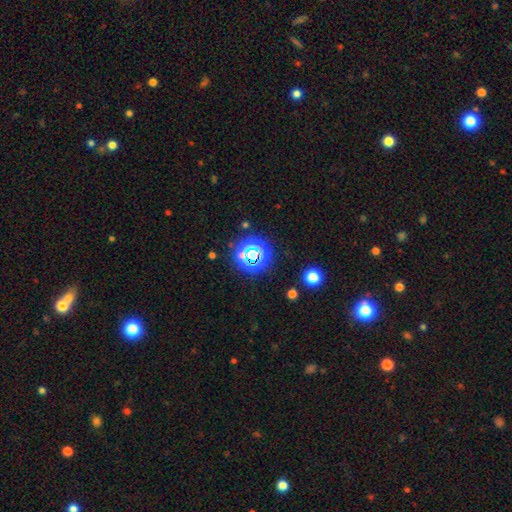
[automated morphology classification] The model was most divided on "smooth or featured": star or artifact: 69%, smooth: 22%, featured or disk: 9%.